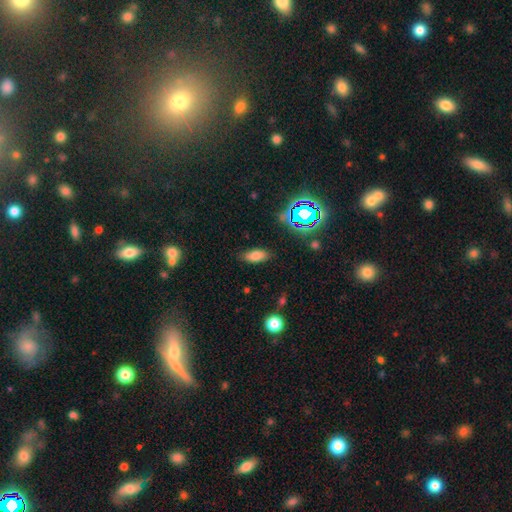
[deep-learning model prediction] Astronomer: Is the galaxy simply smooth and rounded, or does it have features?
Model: smooth — 74%.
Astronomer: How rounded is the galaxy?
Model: in between — 83%.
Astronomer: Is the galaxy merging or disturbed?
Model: none — 83%.